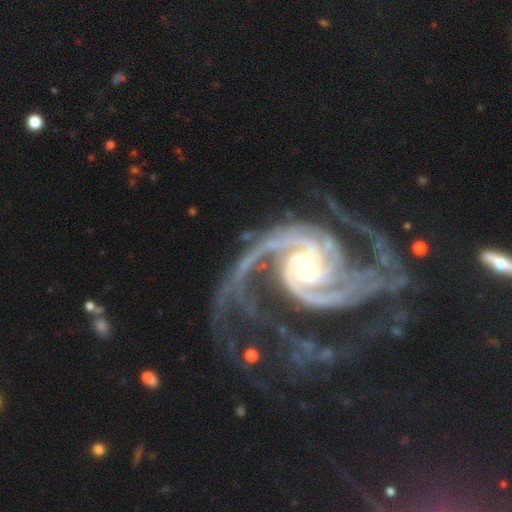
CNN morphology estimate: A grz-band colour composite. It shows a featured or disk galaxy (93%) with no bar (39%), 2 (69%) medium (56%) spiral arms (99%) and a moderate central bulge (52%). Merging: none (53%).